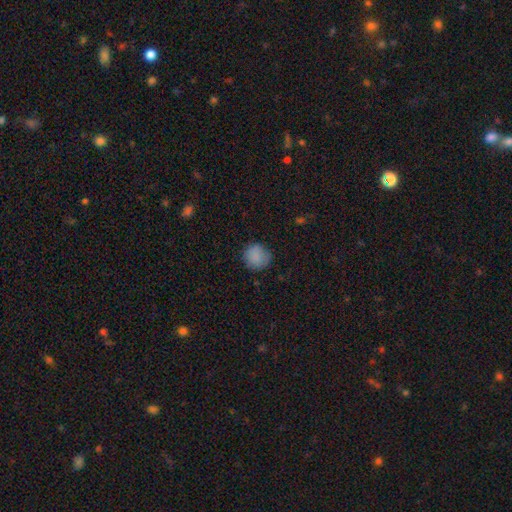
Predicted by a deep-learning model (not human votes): This appears to be a smooth galaxy with no disk features (86%) that is round (90%). Merging: none (81%).